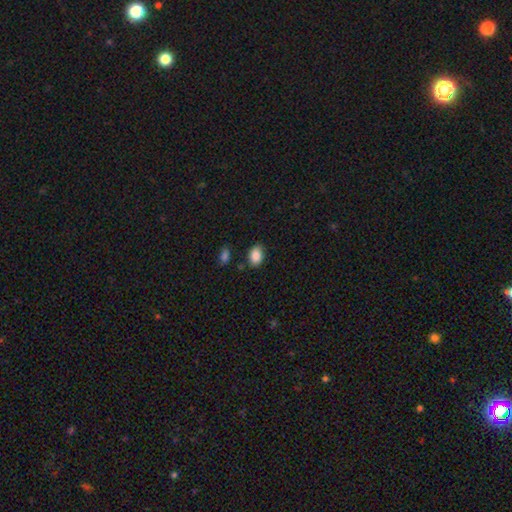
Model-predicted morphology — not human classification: This appears to be a smooth galaxy with no disk features (88%) that is in between round and cigar-shaped (83%). Merging: none (79%).